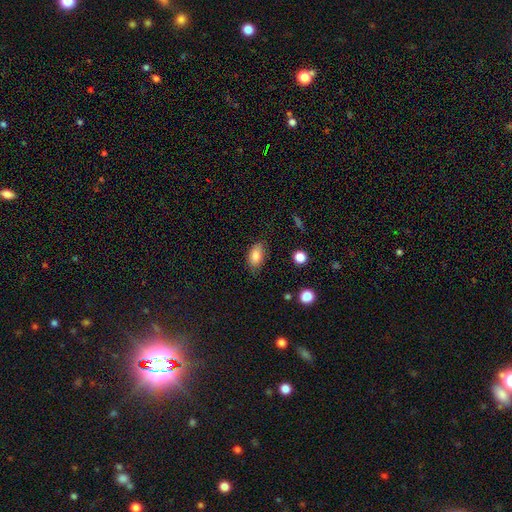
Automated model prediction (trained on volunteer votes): A smooth galaxy with no disk features (83%) that is in between round and cigar-shaped (90%).

Vote fractions:
- Smooth or featured? smooth: 83% / featured or disk: 9% / star or artifact: 8%
- How rounded? in between: 90% / round: 7% / cigar-shaped: 3%
- Merging? none: 77% / minor disturbance: 18% / major disturbance: 4% / merger: 1%